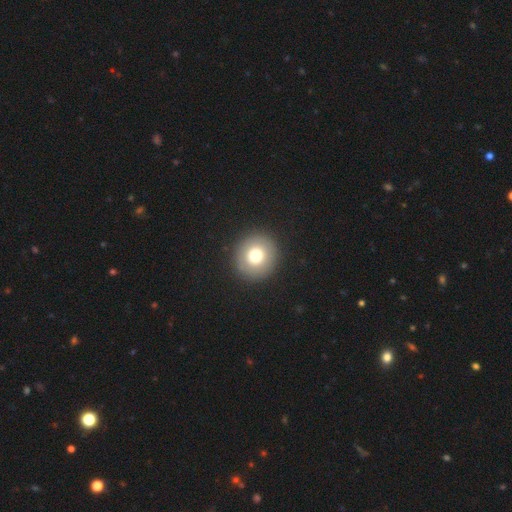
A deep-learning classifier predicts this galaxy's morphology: Smooth or featured? Predicted: smooth (p=0.73). How rounded? Predicted: round (p=0.94). Merging? Predicted: none (p=0.91).